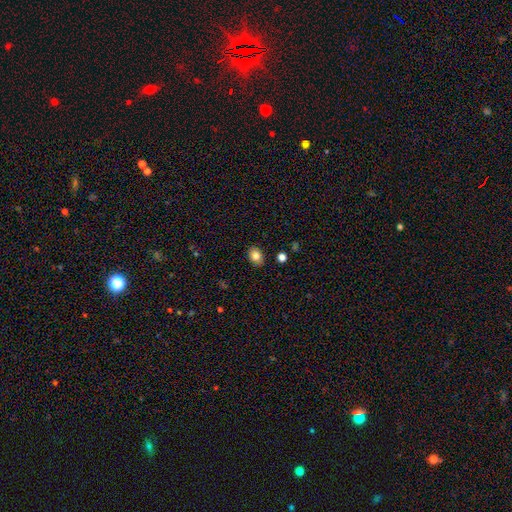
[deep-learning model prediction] smooth_or_featured: smooth (p=0.83) [alt: star or artifact p=0.10]
how_rounded: in between (p=0.63) [alt: round p=0.36]
merging: none (p=0.89) [alt: minor disturbance p=0.08]